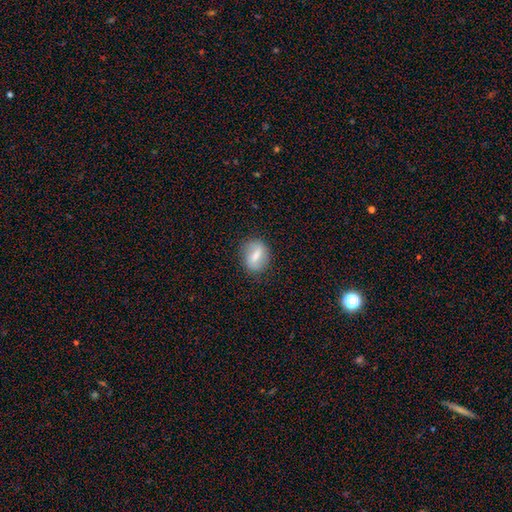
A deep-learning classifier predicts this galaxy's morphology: smooth-or-featured: smooth: 59% | featured or disk: 33% | star or artifact: 8%
  how-rounded: in between: 52% | round: 46% | cigar-shaped: 3%
  merging: none: 78% | minor disturbance: 15% | major disturbance: 5% | merger: 1%